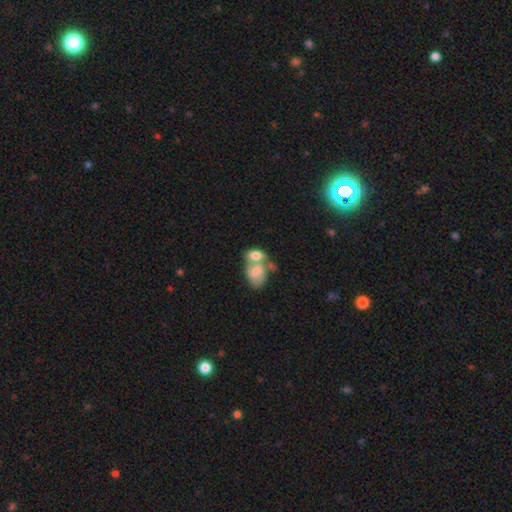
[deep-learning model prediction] Morphology: type=smooth (71%); roundness=in between (84%); merging=merger (69%).